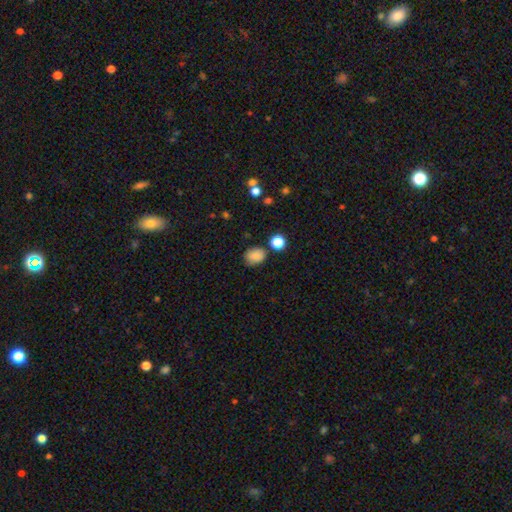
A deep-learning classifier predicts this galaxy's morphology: smooth_or_featured: smooth (p=0.82) [alt: star or artifact p=0.11]
how_rounded: in between (p=0.61) [alt: round p=0.38]
merging: none (p=0.71) [alt: minor disturbance p=0.20]